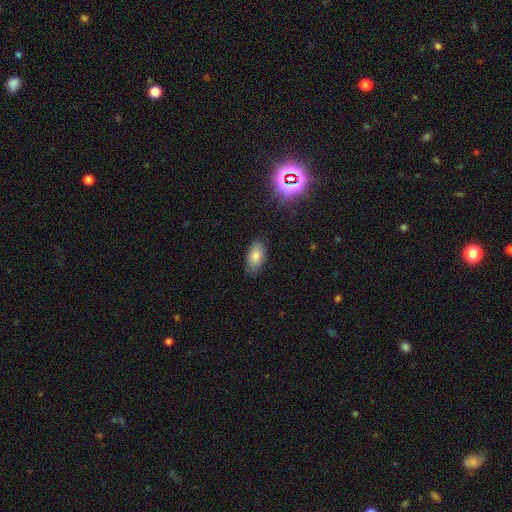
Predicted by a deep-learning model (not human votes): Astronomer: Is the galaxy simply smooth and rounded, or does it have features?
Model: smooth — 82%.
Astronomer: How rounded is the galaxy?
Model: in between — 92%.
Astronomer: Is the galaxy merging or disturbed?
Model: none — 83%.